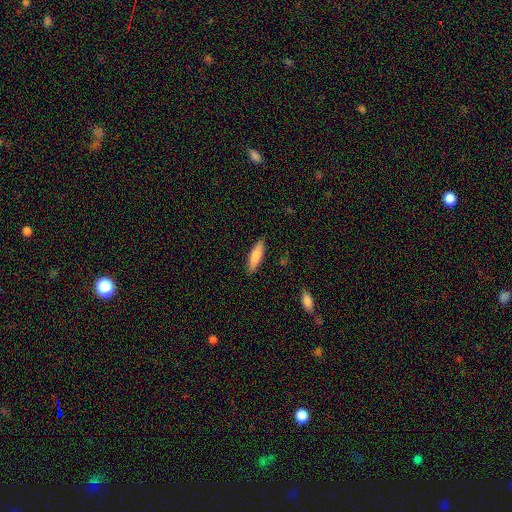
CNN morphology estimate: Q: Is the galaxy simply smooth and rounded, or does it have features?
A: smooth — 81%.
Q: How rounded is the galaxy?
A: cigar-shaped — 64%.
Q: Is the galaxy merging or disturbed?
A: none — 88%.